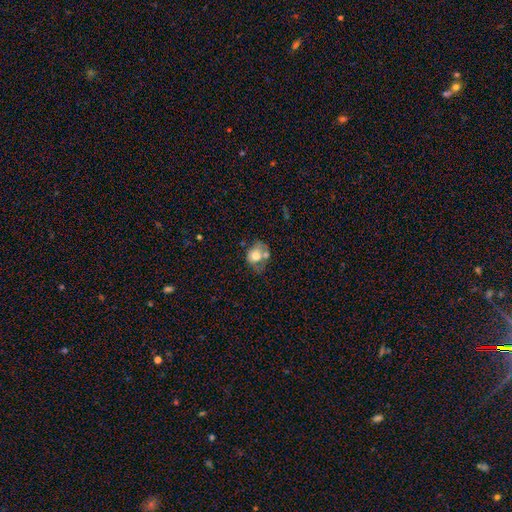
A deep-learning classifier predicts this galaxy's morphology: smooth_or_featured: smooth (p=0.64) [alt: featured or disk p=0.28]
how_rounded: in between (p=0.50) [alt: round p=0.49]
merging: merger (p=0.31) [tied with: none p=0.31]